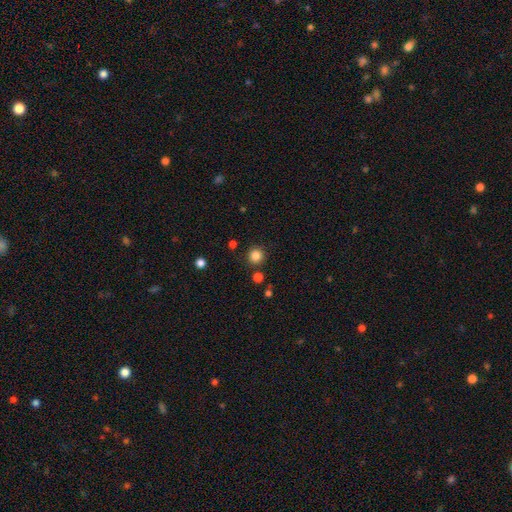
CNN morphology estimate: type=smooth (84%); roundness=round (95%); merging=none (88%).